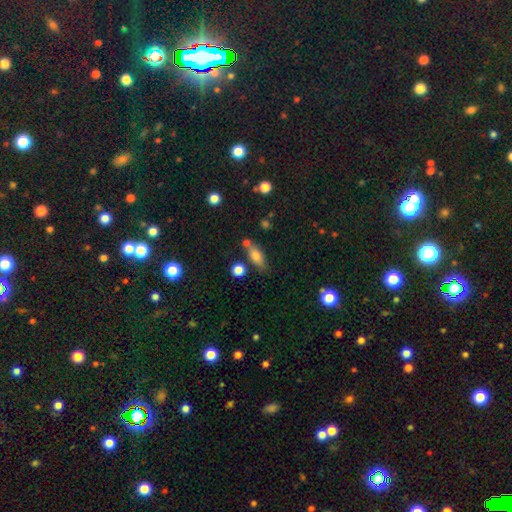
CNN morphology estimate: Smooth or featured? Predicted: smooth (p=0.74). How rounded? Predicted: in between (p=0.72). Merging? Predicted: none (p=0.63).